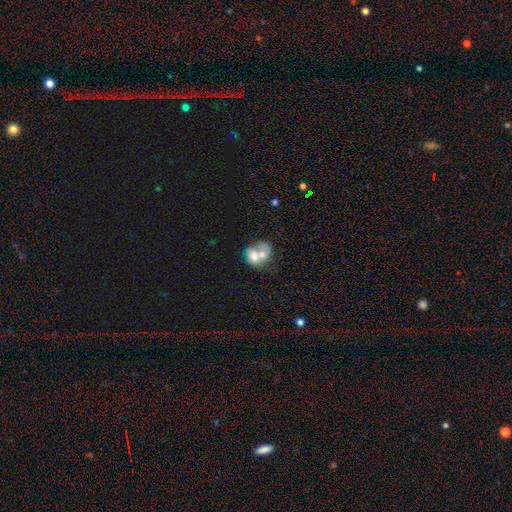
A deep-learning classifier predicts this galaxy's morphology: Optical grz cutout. It shows a smooth galaxy with no disk features (53%) that is in between round and cigar-shaped (56%). Merging: merger (71%).